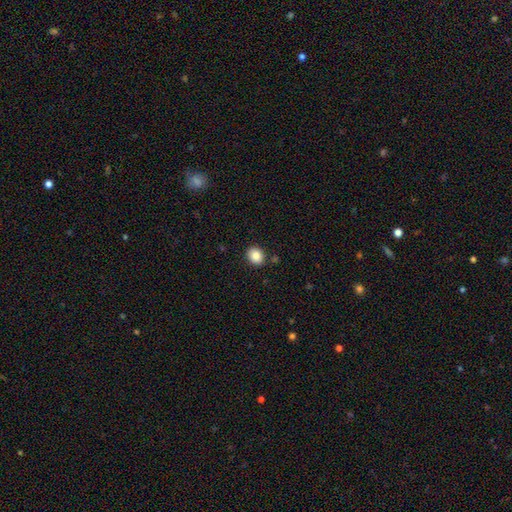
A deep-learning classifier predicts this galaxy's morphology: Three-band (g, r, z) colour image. It shows a smooth galaxy with no disk features (86%) that is round (63%). Merging: none (87%).